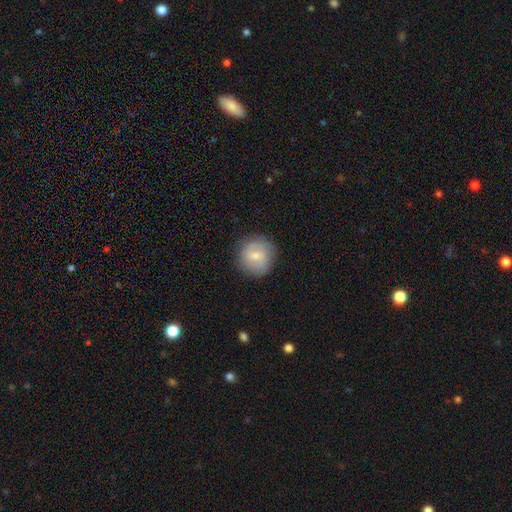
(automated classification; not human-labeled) Smooth or featured?
  - smooth: 49% *
  - featured or disk: 44%
  - star or artifact: 7%
Merging?
  - none: 86% *
  - minor disturbance: 10%
  - major disturbance: 3%
  - merger: 1%